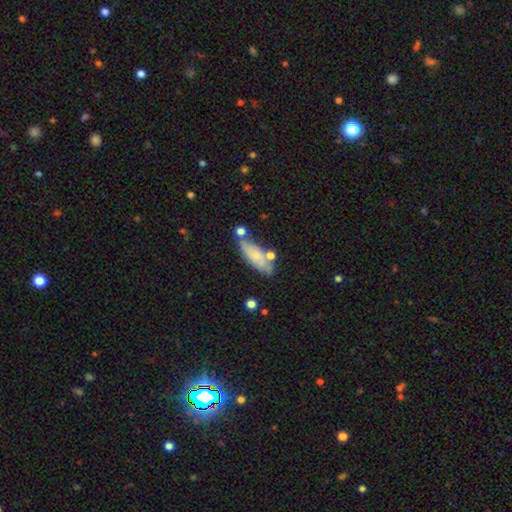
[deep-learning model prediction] A smooth galaxy with no disk features (70%) that is in between round and cigar-shaped (64%). Merging: none (62%).